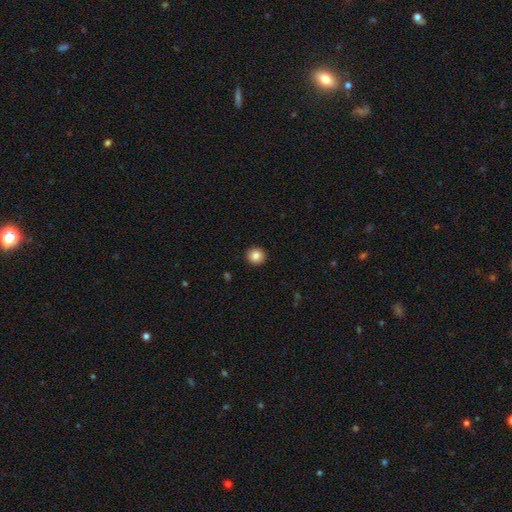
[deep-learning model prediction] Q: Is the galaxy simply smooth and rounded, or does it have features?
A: smooth — 85%.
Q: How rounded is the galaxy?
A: round — 94%.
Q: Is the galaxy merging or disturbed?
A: none — 93%.